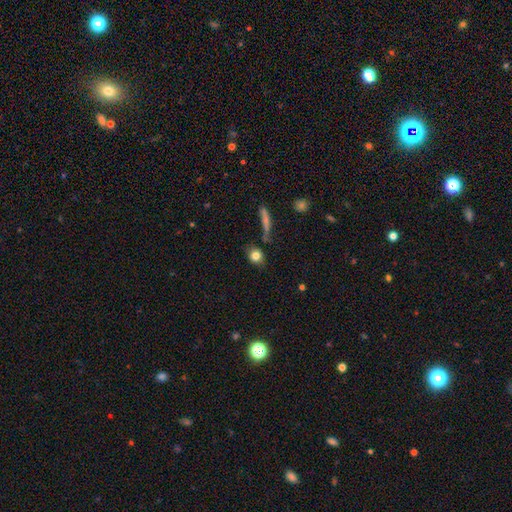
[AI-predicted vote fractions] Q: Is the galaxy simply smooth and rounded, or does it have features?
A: smooth — 80%.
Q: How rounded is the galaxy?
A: round — 68%.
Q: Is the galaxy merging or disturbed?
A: none — 72%.